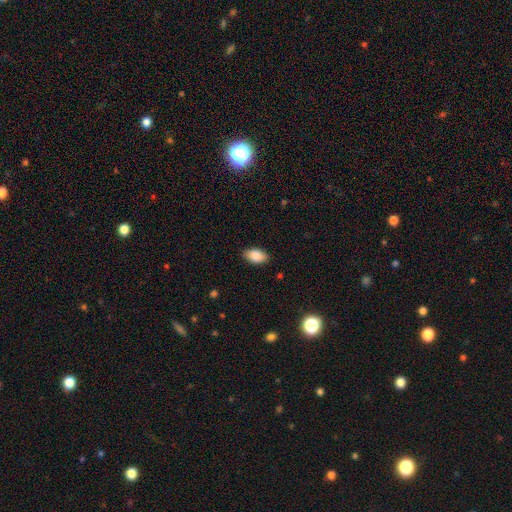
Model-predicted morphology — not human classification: Smooth or featured? Predicted: smooth (p=0.85). How rounded? Predicted: in between (p=0.92). Merging? Predicted: none (p=0.87).